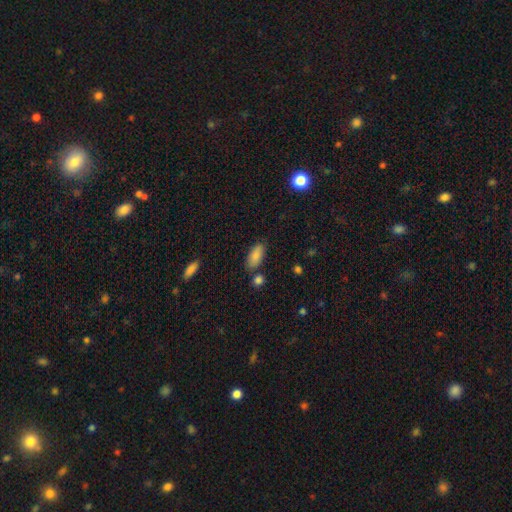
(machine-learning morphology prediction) smooth_or_featured: smooth (p=0.85) [alt: featured or disk p=0.08]
how_rounded: in between (p=0.87) [alt: cigar-shaped p=0.11]
merging: none (p=0.77) [alt: minor disturbance p=0.13]